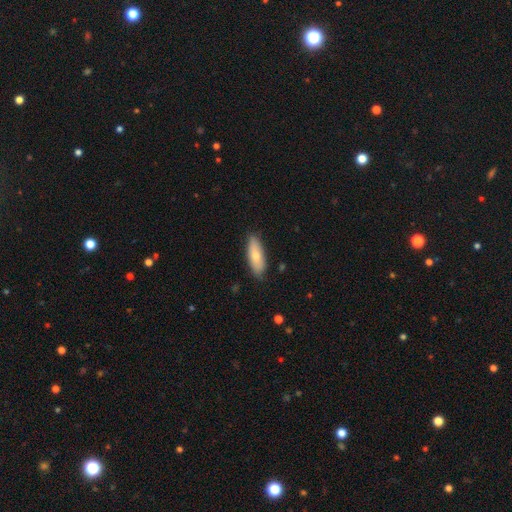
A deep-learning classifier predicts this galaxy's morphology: smooth_or_featured: smooth (p=0.72) [alt: featured or disk p=0.22]
how_rounded: in between (p=0.65) [alt: cigar-shaped p=0.32]
merging: none (p=0.85) [alt: minor disturbance p=0.12]